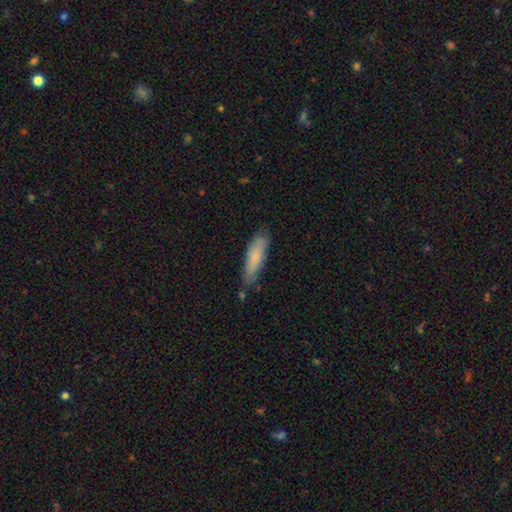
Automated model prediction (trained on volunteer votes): smooth_or_featured: smooth (p=0.73) [alt: featured or disk p=0.22]
how_rounded: cigar-shaped (p=0.64) [alt: in between p=0.35]
merging: none (p=0.75) [alt: minor disturbance p=0.19]